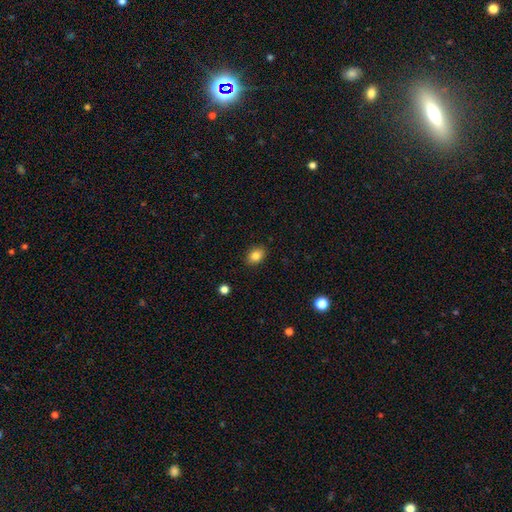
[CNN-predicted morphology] smooth-or-featured: smooth: 84% | star or artifact: 9% | featured or disk: 6%
  how-rounded: in between: 69% | round: 30% | cigar-shaped: 1%
  merging: none: 89% | minor disturbance: 8% | major disturbance: 2% | merger: 1%